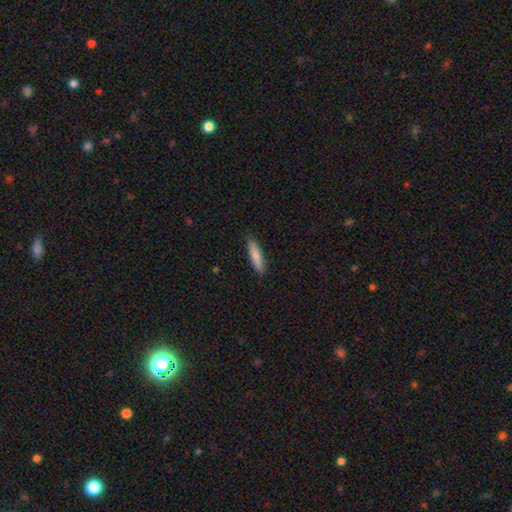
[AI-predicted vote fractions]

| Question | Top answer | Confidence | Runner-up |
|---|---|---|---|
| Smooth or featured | smooth | 83% | featured or disk (11%) |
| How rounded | cigar-shaped | 80% | in between (19%) |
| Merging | none | 87% | minor disturbance (10%) |